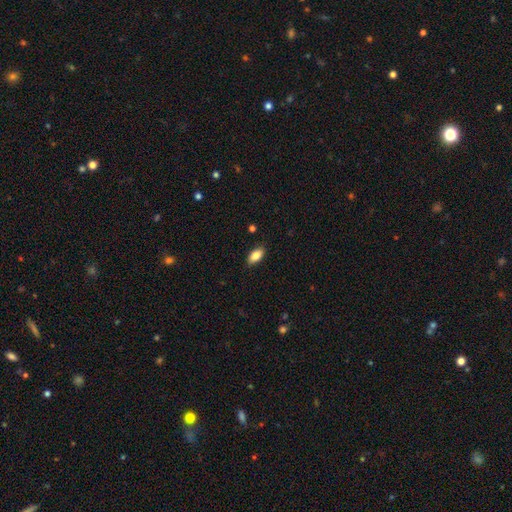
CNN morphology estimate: Overall: smooth (84%). How rounded: in between (90%). Merging: none (87%).